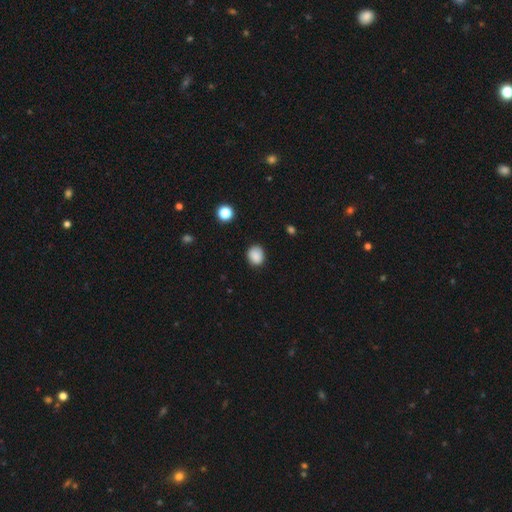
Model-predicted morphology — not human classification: type=smooth (87%); roundness=round (72%); merging=none (85%).